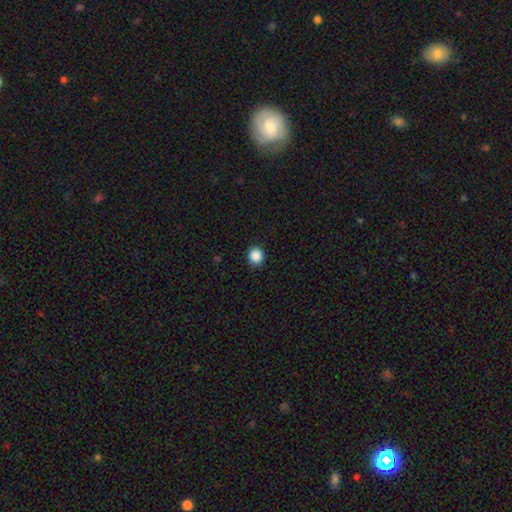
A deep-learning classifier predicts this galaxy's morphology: Overall: smooth (88%). How rounded: round (90%). Merging: none (91%).